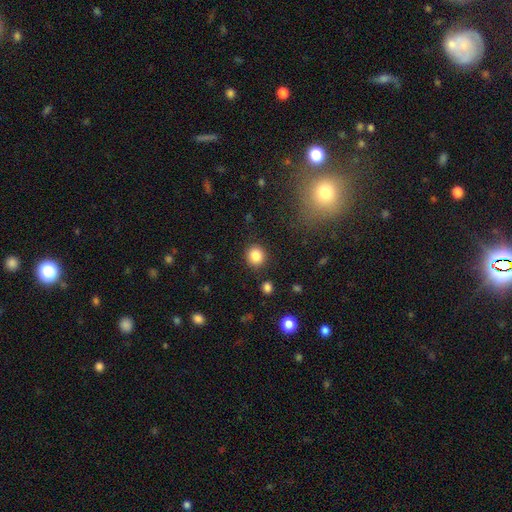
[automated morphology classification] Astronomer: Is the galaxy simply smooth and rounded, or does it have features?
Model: smooth — 85%.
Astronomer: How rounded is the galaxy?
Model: round — 85%.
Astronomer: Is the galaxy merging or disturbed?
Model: none — 89%.